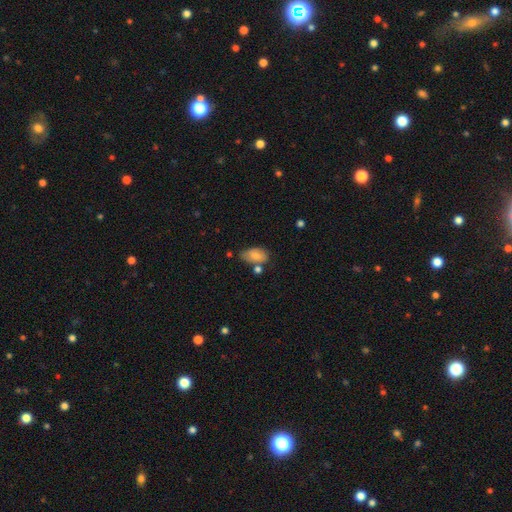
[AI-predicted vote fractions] smooth-or-featured: smooth: 75% | featured or disk: 17% | star or artifact: 8%
  how-rounded: in between: 91% | round: 6% | cigar-shaped: 2%
  merging: none: 54% | minor disturbance: 26% | merger: 13% | major disturbance: 6%